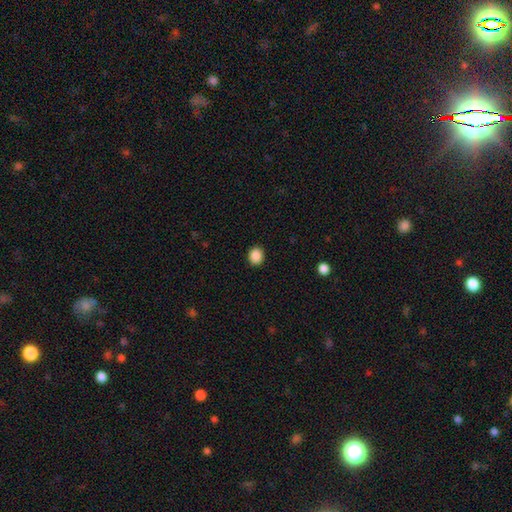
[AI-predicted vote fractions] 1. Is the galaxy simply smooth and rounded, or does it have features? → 89% smooth, 9% star or artifact, 2% featured or disk.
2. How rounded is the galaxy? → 66% round, 33% in between, 1% cigar-shaped.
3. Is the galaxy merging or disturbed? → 90% none, 6% minor disturbance, 2% major disturbance, 1% merger.